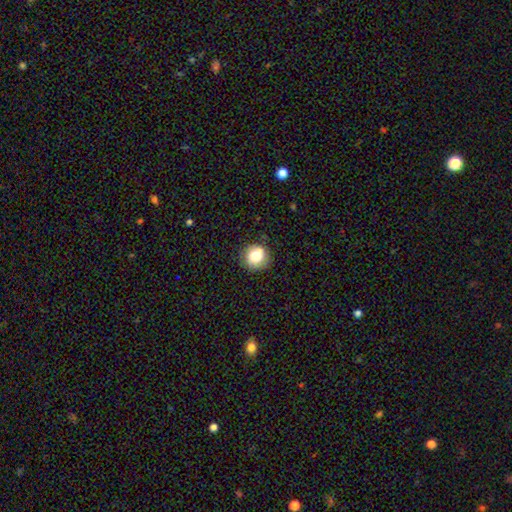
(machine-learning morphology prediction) This is clearly a smooth galaxy (80%). How rounded: clearly round (88%). Merging: likely none (77%).